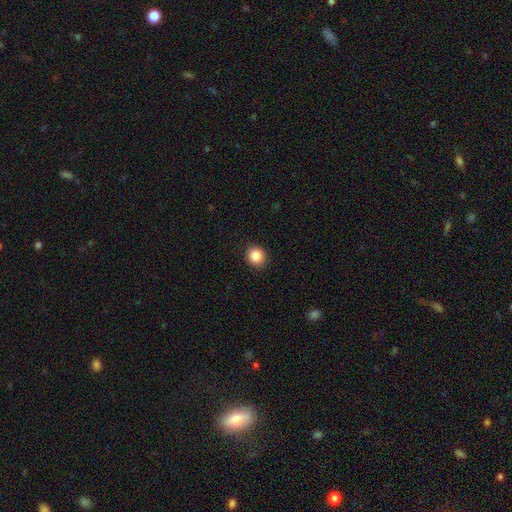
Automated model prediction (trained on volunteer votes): Smooth or featured? smooth (86%)
How rounded? round (83%)
Merging? none (90%)